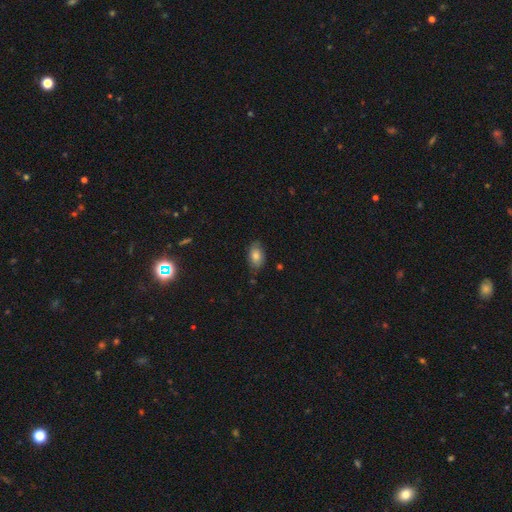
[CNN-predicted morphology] Smooth or featured? smooth (78%)
How rounded? in between (89%)
Merging? none (79%)